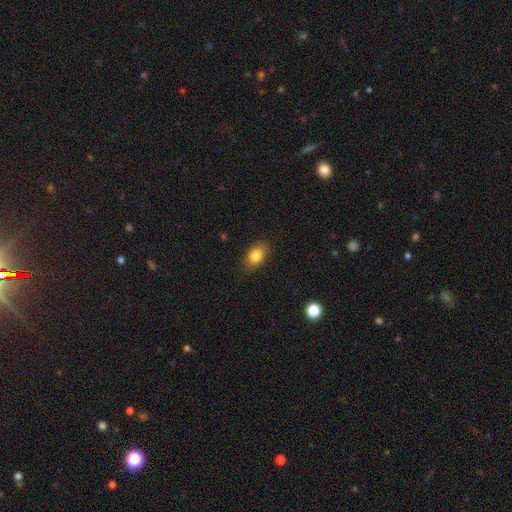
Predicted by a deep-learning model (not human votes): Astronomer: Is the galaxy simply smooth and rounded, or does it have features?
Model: smooth — 83%.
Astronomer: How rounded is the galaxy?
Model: in between — 80%.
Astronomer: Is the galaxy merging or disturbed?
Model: none — 84%.